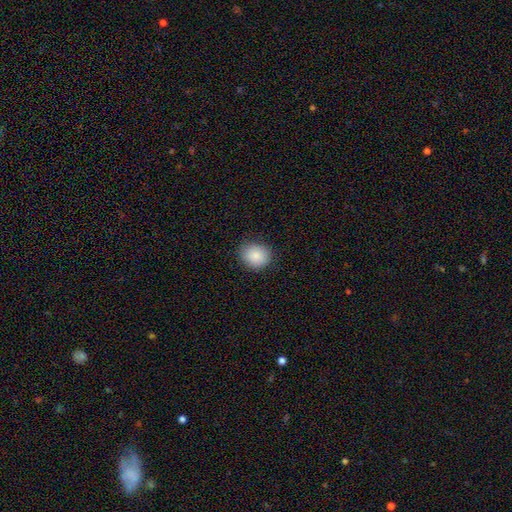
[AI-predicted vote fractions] This is clearly a smooth galaxy (86%). How rounded: likely round (70%). Merging: clearly none (85%).